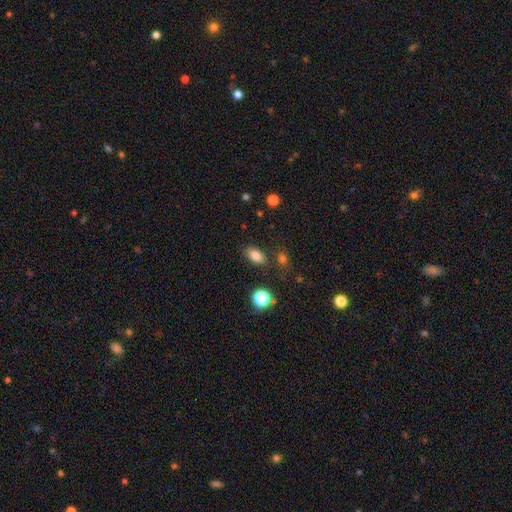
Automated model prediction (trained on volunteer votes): Morphology: type=smooth (80%); roundness=in between (86%); merging=none (80%).